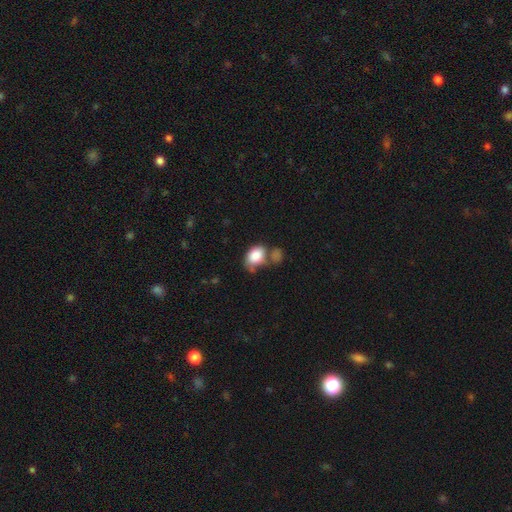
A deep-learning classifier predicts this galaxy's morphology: A smooth galaxy with no disk features (84%) that is in between round and cigar-shaped (80%).

Vote fractions:
- Smooth or featured? smooth: 84% / featured or disk: 9% / star or artifact: 7%
- How rounded? in between: 80% / round: 18% / cigar-shaped: 1%
- Merging? none: 38% / merger: 29% / minor disturbance: 22% / major disturbance: 11%